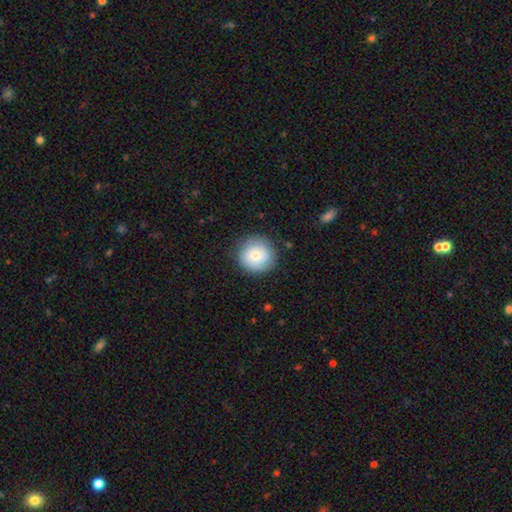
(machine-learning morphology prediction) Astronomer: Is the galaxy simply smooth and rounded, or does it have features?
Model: smooth — 62%.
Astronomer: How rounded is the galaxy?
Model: round — 93%.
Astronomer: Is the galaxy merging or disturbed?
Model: none — 85%.